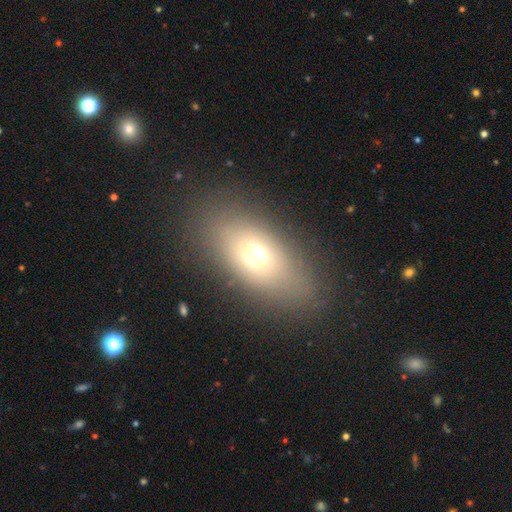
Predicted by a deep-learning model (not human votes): Overall: smooth (63%). How rounded: in between (81%). Merging: none (81%).